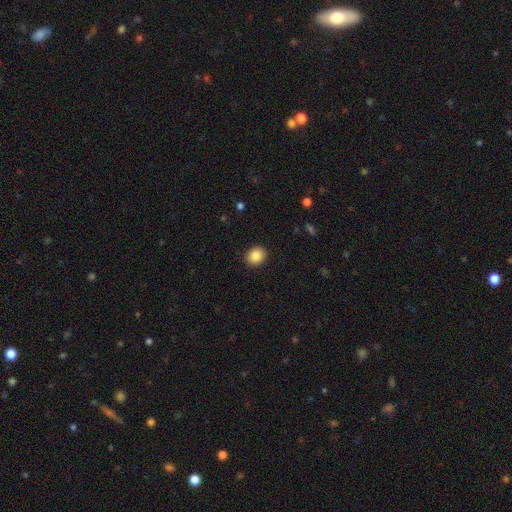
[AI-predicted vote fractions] smooth-or-featured: smooth: 86% | star or artifact: 9% | featured or disk: 5%
  how-rounded: round: 67% | in between: 32% | cigar-shaped: 1%
  merging: none: 91% | minor disturbance: 6% | major disturbance: 2% | merger: 1%